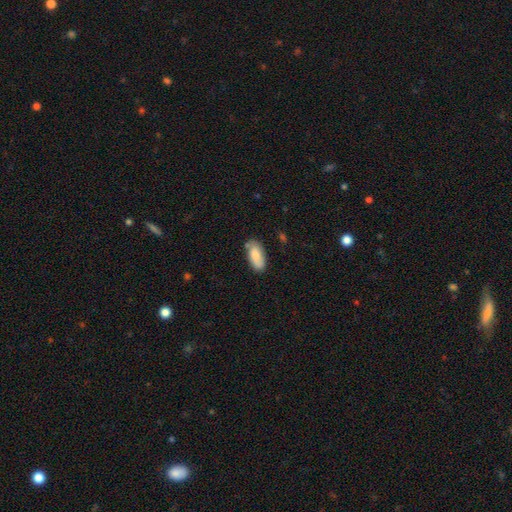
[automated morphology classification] Smooth or featured? smooth (77%)
How rounded? in between (87%)
Merging? none (73%)